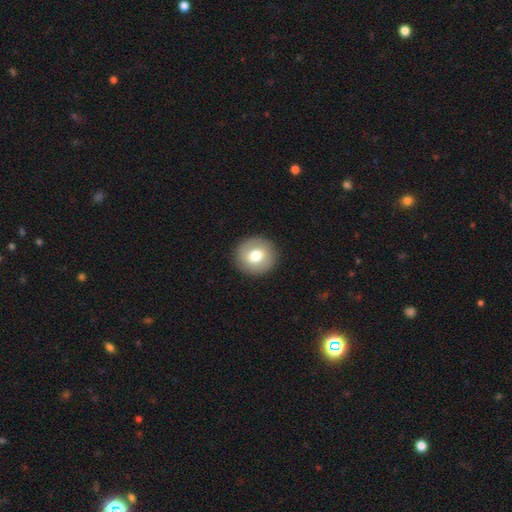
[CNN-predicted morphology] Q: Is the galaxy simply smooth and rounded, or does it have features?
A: smooth — 70%.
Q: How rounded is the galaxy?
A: round — 92%.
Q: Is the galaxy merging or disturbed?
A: none — 91%.